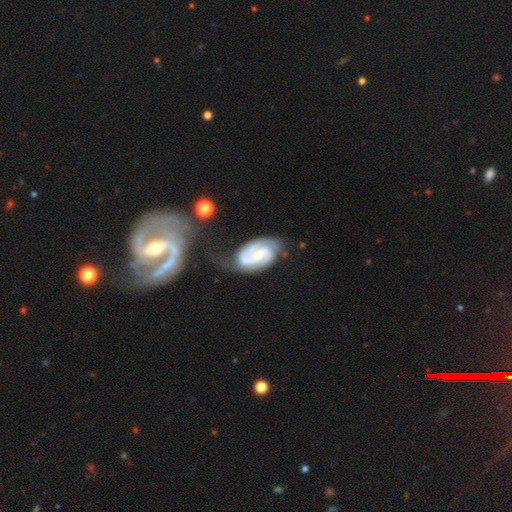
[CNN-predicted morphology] Smooth or featured? featured or disk (83%)
Edge-on disk? no (97%)
Bar? weak (48%)
Spiral arms? yes (96%)
Spiral winding? medium (46%)
Spiral arm count? 2 (79%)
Bulge size? small (58%)
Merging? none (52%)